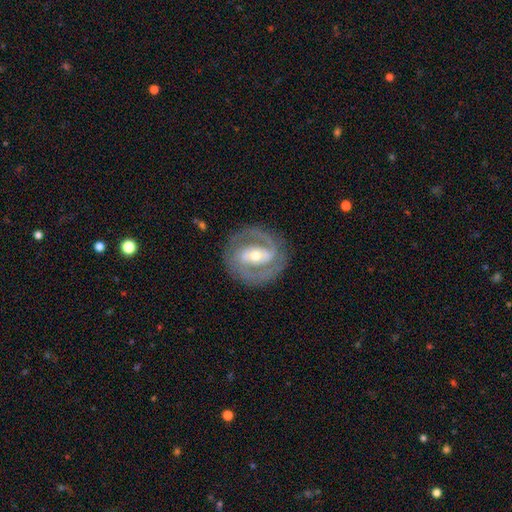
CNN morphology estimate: Smooth or featured?
  - featured or disk: 85% *
  - smooth: 10%
  - star or artifact: 5%
Edge-on disk?
  - no: 96% *
  - yes: 4%
Bar?
  - strong: 43% *
  - weak: 35%
  - no: 22%
Spiral arms?
  - yes: 88% *
  - no: 12%
Spiral winding?
  - tight: 47% *
  - medium: 42%
  - loose: 10%
Spiral arm count?
  - 2: 85% *
  - can't tell: 7%
  - 3: 3%
  - 1: 3%
  - 4: 1%
  - more than 4: 1%
Bulge size?
  - moderate: 55% *
  - small: 38%
  - large: 4%
  - none: 1%
  - dominant: 1%
Merging?
  - none: 83% *
  - minor disturbance: 10%
  - major disturbance: 5%
  - merger: 1%